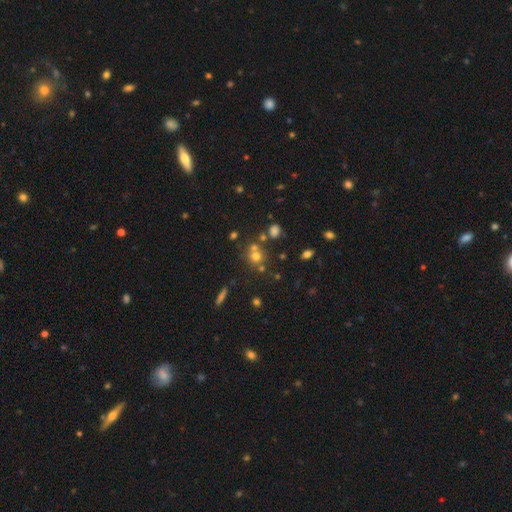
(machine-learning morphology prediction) A smooth galaxy with no disk features (61%) that is round (84%).

Vote fractions:
- Smooth or featured? smooth: 61% / star or artifact: 24% / featured or disk: 16%
- How rounded? round: 84% / in between: 15% / cigar-shaped: 1%
- Merging? none: 54% / merger: 32% / minor disturbance: 10% / major disturbance: 4%